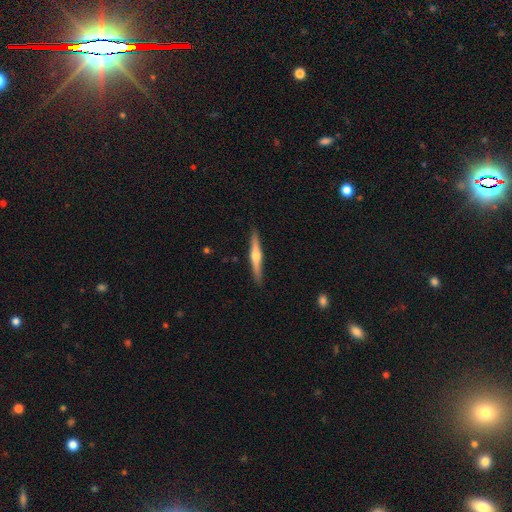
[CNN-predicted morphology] Smooth or featured? Predicted: featured or disk (p=0.68). Edge-on disk? Predicted: yes (p=0.98). Edge-on bulge? Predicted: rounded (p=0.93). Merging? Predicted: none (p=0.90).